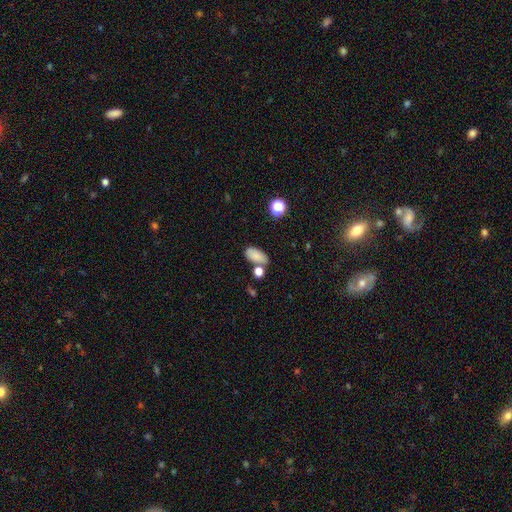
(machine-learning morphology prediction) Q: Smooth or featured?
A: smooth (82%); runner-up: star or artifact (10%)
Q: How rounded?
A: in between (90%); runner-up: round (5%)
Q: Merging?
A: none (66%); runner-up: minor disturbance (15%)